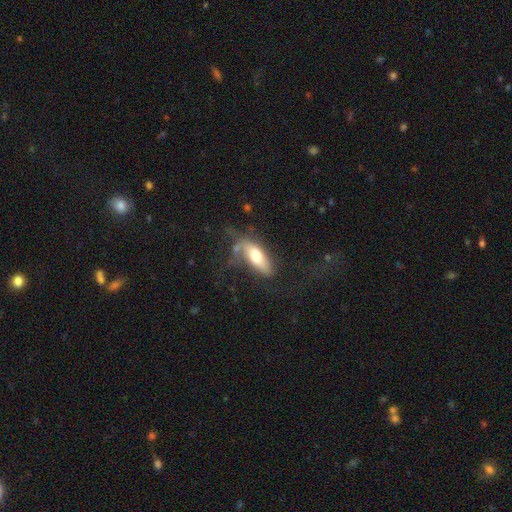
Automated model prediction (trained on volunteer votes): Smooth or featured? Predicted: smooth (p=0.63). How rounded? Predicted: in between (p=0.71). Merging? Predicted: none (p=0.43).